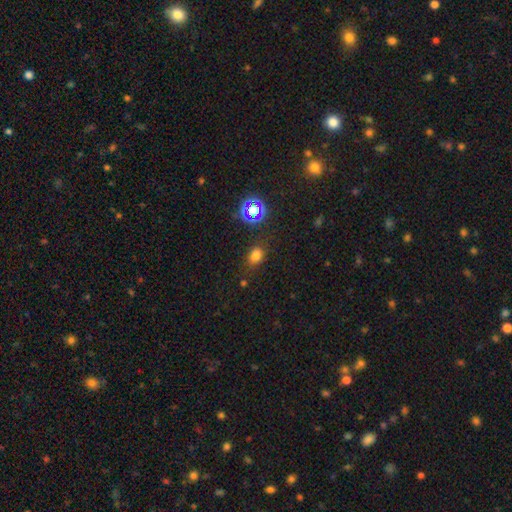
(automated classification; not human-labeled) This is likely a smooth galaxy (71%). How rounded: likely in between (66%). Merging: likely none (76%).